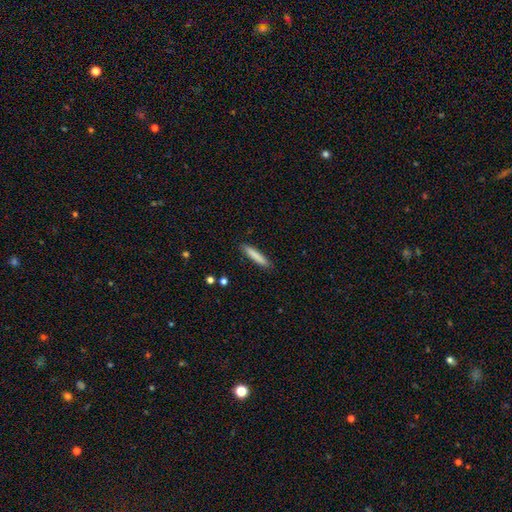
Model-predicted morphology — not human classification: smooth 83%, featured or disk 10%, star or artifact 6%. Down the decision tree: how rounded — cigar-shaped (90%); merging — none (89%).